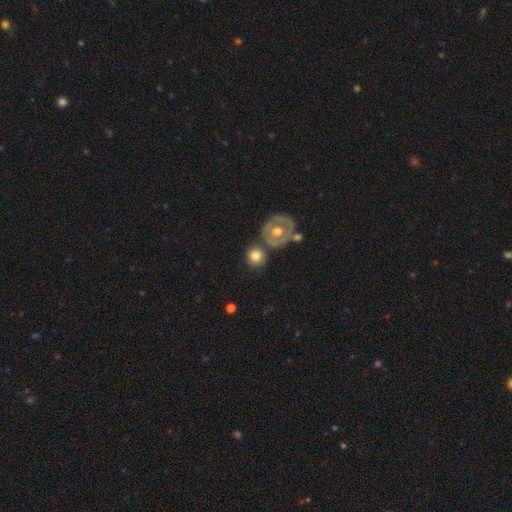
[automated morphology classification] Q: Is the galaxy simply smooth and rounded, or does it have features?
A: smooth — 71%.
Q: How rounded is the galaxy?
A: round — 86%.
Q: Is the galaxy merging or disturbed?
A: none — 64%.